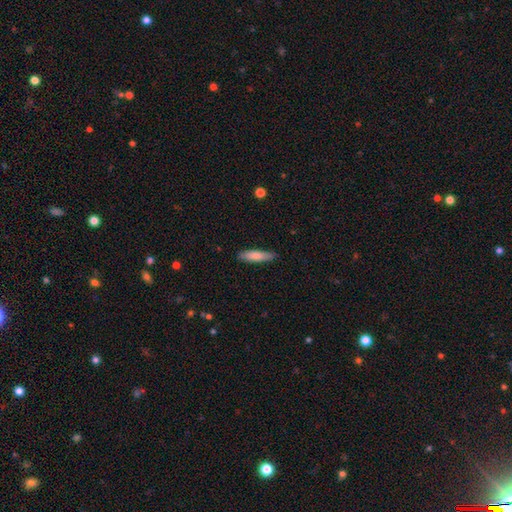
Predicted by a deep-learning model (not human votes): A smooth galaxy with no disk features (80%) that is cigar-shaped (75%).

Vote fractions:
- Smooth or featured? smooth: 80% / featured or disk: 15% / star or artifact: 6%
- How rounded? cigar-shaped: 75% / in between: 24% / round: 1%
- Merging? none: 87% / minor disturbance: 10% / major disturbance: 2% / merger: 1%